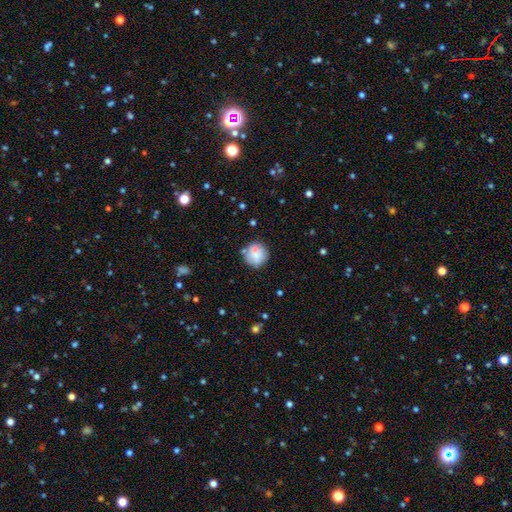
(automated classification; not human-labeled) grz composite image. It shows a smooth galaxy with no disk features (81%) that is round (91%). Merging: none (76%).